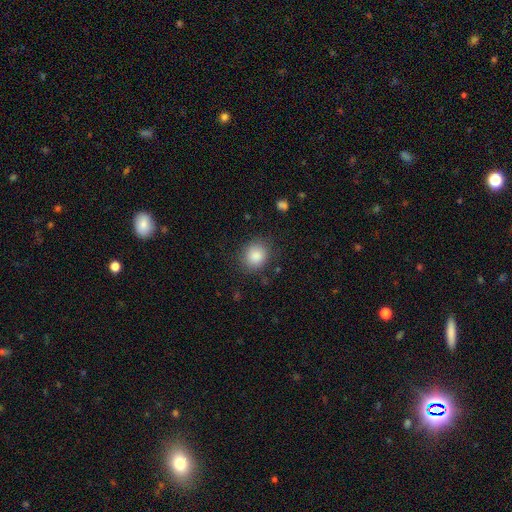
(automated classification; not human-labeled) smooth 86%, star or artifact 9%, featured or disk 5%. Down the decision tree: how rounded — round (70%); merging — none (83%).